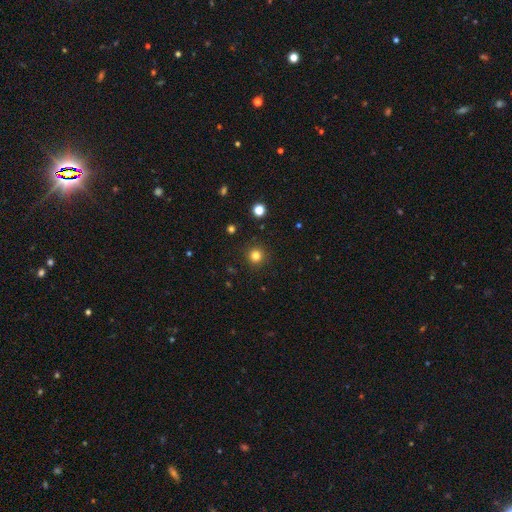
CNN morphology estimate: smooth 81%, star or artifact 14%, featured or disk 5%. Down the decision tree: how rounded — round (95%); merging — none (92%).